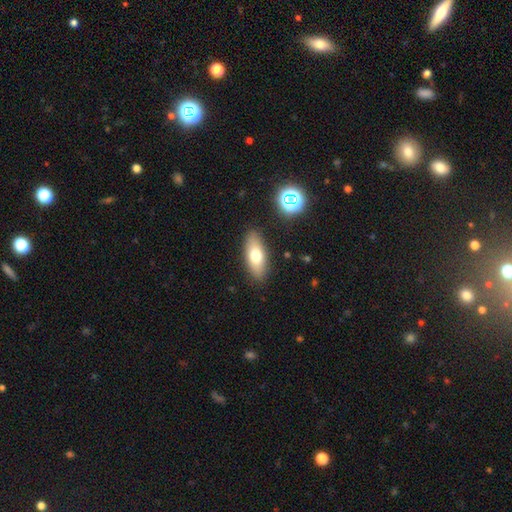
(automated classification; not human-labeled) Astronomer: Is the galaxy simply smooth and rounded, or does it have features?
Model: smooth — 70%.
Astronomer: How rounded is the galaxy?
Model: in between — 78%.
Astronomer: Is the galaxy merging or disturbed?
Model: none — 86%.